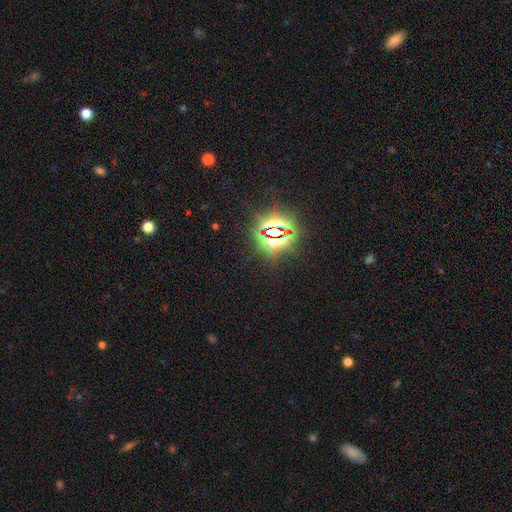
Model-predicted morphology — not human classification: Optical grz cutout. It shows a star or artifact, not a galaxy (83%).